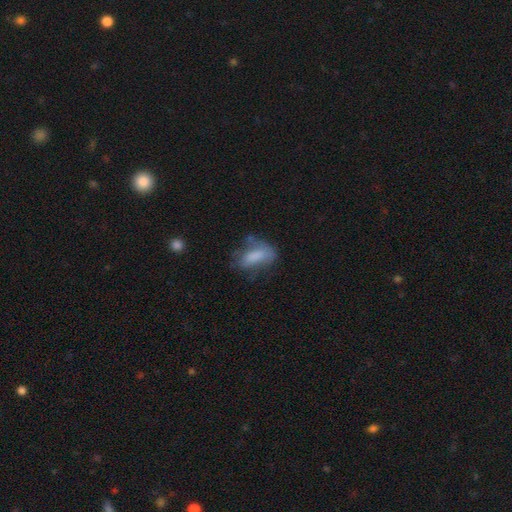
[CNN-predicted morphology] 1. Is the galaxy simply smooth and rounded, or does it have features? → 71% smooth, 20% featured or disk, 9% star or artifact.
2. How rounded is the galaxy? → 81% in between, 14% cigar-shaped, 4% round.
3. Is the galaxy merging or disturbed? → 42% none, 30% minor disturbance, 22% major disturbance, 5% merger.